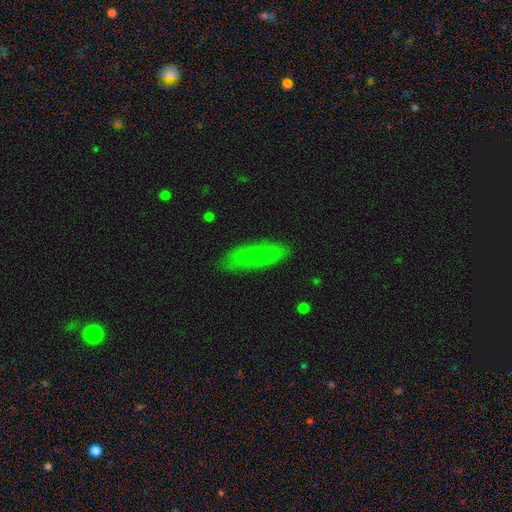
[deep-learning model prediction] Q: Smooth or featured?
A: smooth (79%); runner-up: featured or disk (13%)
Q: How rounded?
A: cigar-shaped (58%); runner-up: in between (40%)
Q: Merging?
A: none (85%); runner-up: minor disturbance (11%)